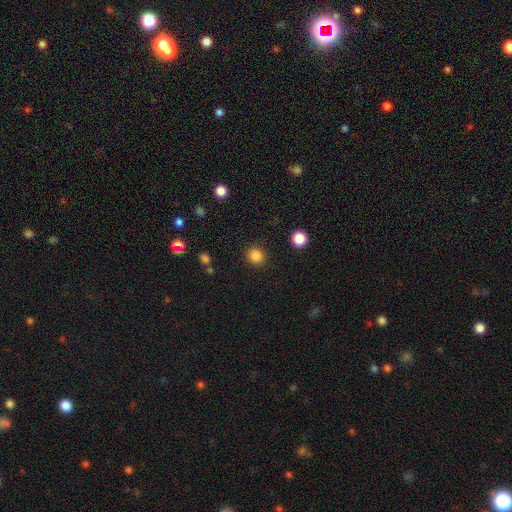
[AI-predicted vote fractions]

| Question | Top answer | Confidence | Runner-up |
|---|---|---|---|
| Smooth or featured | smooth | 85% | star or artifact (11%) |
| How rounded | round | 87% | in between (12%) |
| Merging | none | 90% | minor disturbance (6%) |